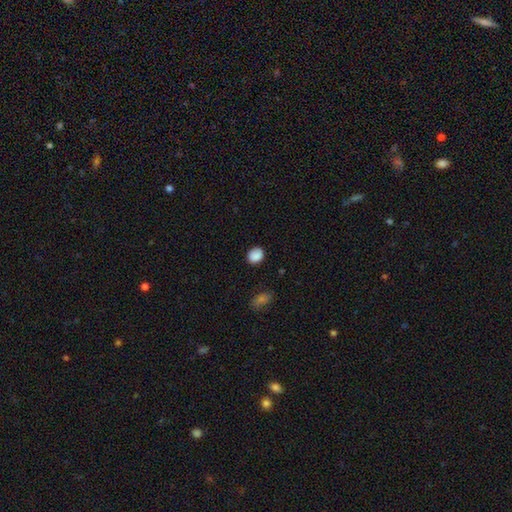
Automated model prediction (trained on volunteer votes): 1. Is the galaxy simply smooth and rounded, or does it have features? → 88% smooth, 8% star or artifact, 4% featured or disk.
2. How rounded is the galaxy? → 50% round, 49% in between, 1% cigar-shaped.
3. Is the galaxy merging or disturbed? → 86% none, 10% minor disturbance, 2% major disturbance, 1% merger.